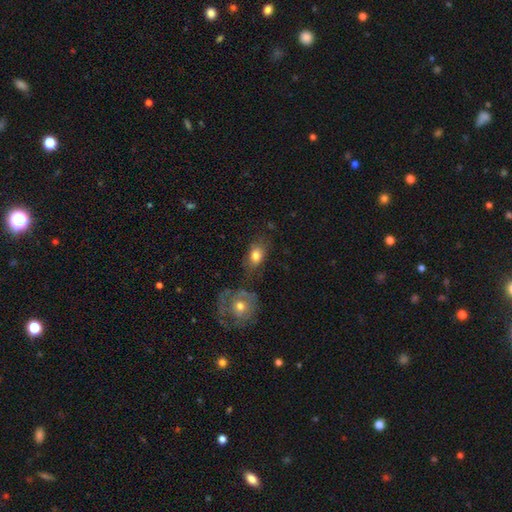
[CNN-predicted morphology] Smooth or featured? Predicted: smooth (p=0.76). How rounded? Predicted: in between (p=0.78). Merging? Predicted: none (p=0.59).